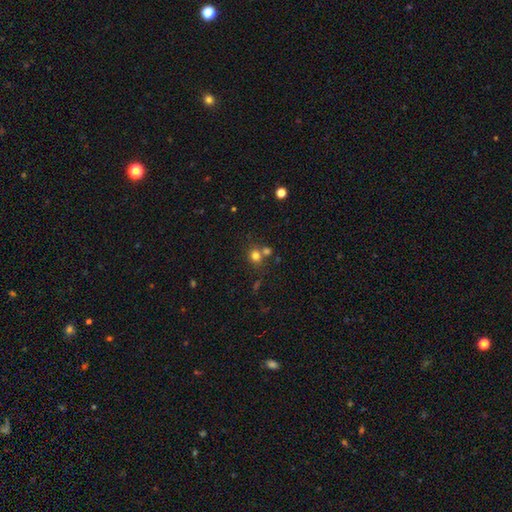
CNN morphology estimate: This is likely a smooth galaxy (75%). How rounded: likely round (79%). Merging: possibly none (58%).